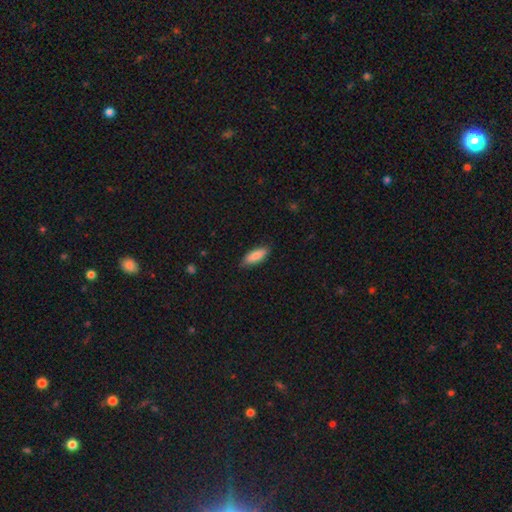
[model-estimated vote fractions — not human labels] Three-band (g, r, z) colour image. It shows a smooth galaxy with no disk features (85%) that is in between round and cigar-shaped (68%). Merging: none (83%).